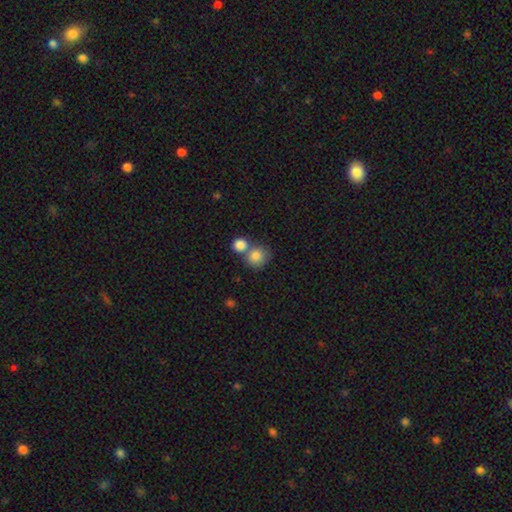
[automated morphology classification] type=smooth (83%); roundness=round (79%); merging=merger (46%).